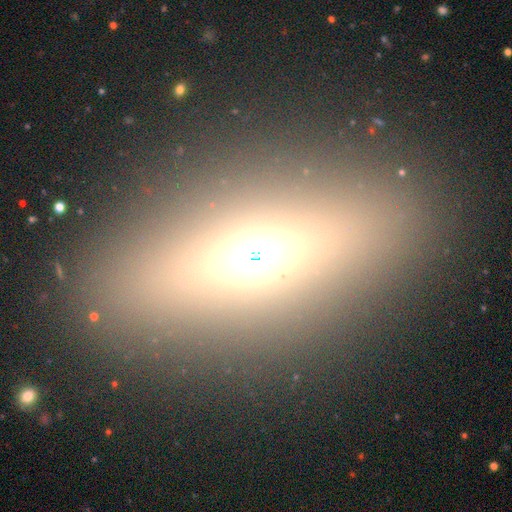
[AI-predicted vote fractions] A smooth galaxy with no disk features (43%). Merging: none (86%).